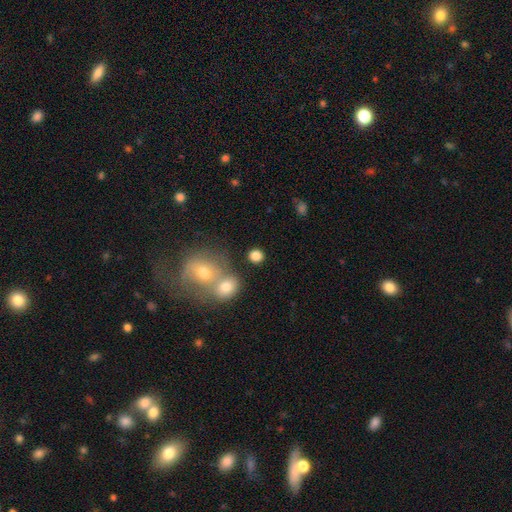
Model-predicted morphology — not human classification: A smooth galaxy with no disk features (83%) that is round (82%). Merging: none (75%).